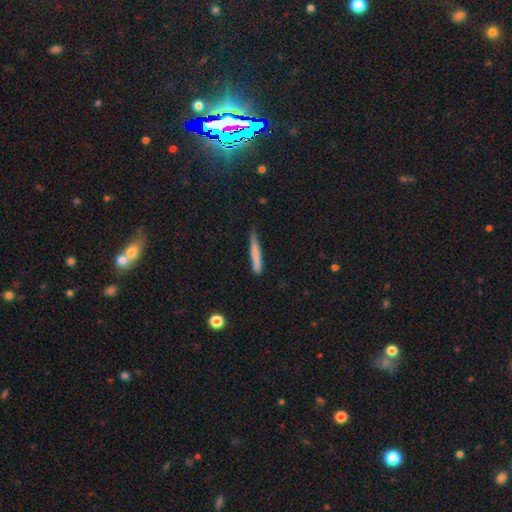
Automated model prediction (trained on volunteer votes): The model was most divided on "merging": none: 69%, minor disturbance: 24%, major disturbance: 4%, merger: 2%. More confident: how rounded — cigar-shaped (95%); smooth or featured — smooth (75%).